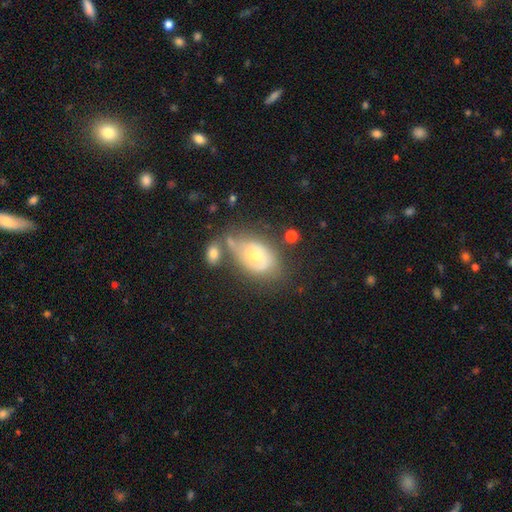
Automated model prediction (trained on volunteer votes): Overall: featured or disk (57%; smooth 35%). Edge-on disk: no (95%). Bar: no (75%). Spiral arms: yes (71%). Bulge size: moderate (60%; small 33%). Merging: none (43%; minor disturbance 25%).